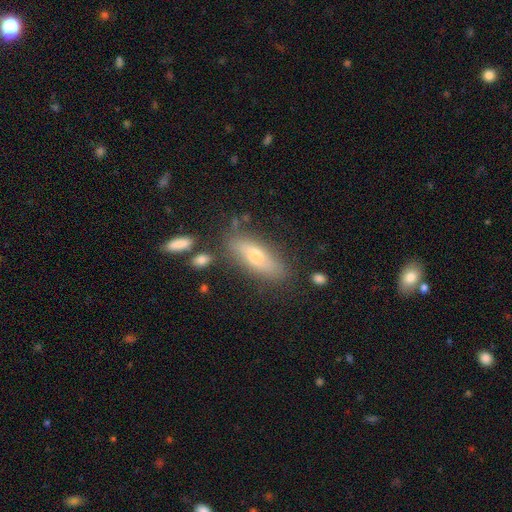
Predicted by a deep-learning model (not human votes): The model was most divided on "smooth or featured": smooth: 56%, featured or disk: 36%, star or artifact: 8%. More confident: merging — none (71%); how rounded — in between (60%).